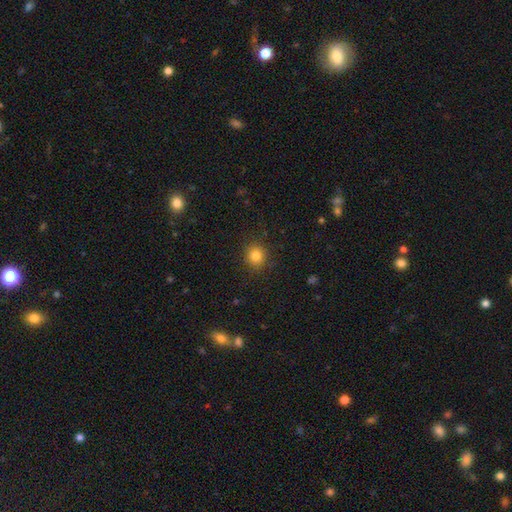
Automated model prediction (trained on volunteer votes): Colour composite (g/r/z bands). It shows a smooth galaxy with no disk features (82%) that is round (87%). Merging: none (89%).